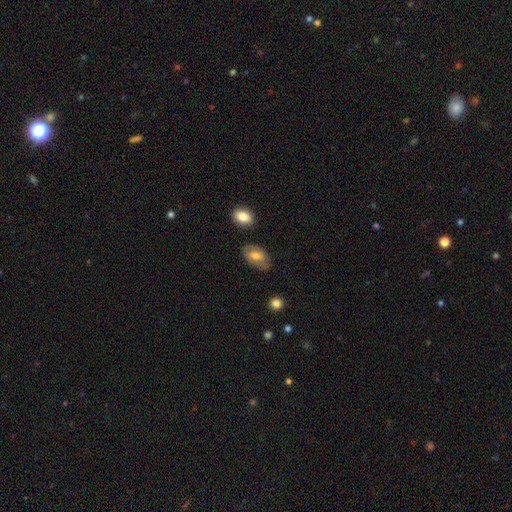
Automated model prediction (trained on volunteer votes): Overall: smooth (63%; featured or disk 30%). How rounded: in between (90%). Merging: none (74%).